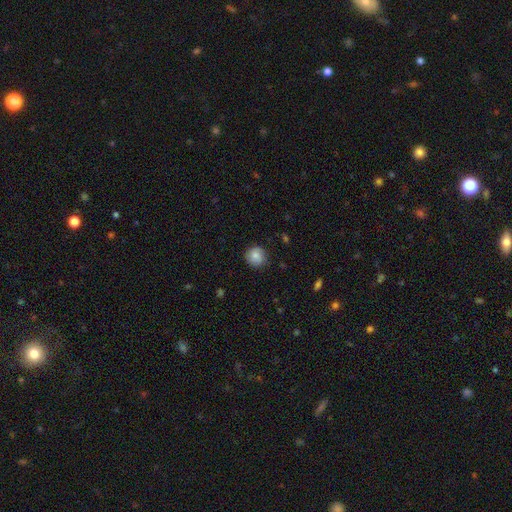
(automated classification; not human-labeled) Smooth or featured? Predicted: smooth (p=0.77). How rounded? Predicted: round (p=0.89). Merging? Predicted: none (p=0.83).